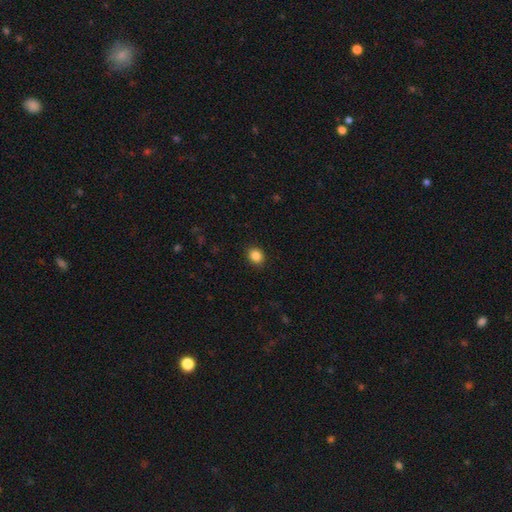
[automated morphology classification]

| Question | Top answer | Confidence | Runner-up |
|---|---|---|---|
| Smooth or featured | smooth | 87% | star or artifact (10%) |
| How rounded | round | 65% | in between (34%) |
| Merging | none | 89% | minor disturbance (8%) |